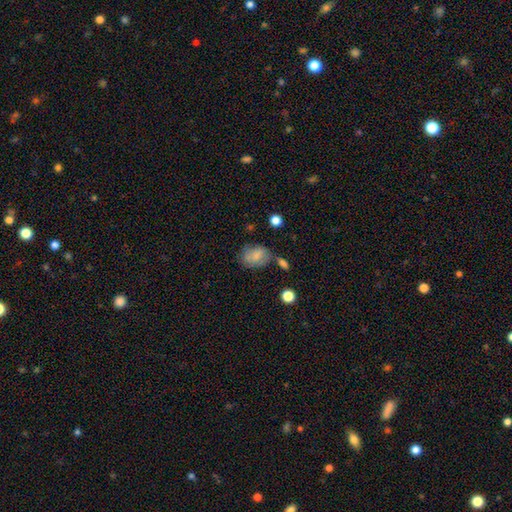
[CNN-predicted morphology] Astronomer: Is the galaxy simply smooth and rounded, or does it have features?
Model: smooth — 77%.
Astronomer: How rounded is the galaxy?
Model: in between — 75%.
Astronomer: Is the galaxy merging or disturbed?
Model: none — 55%.